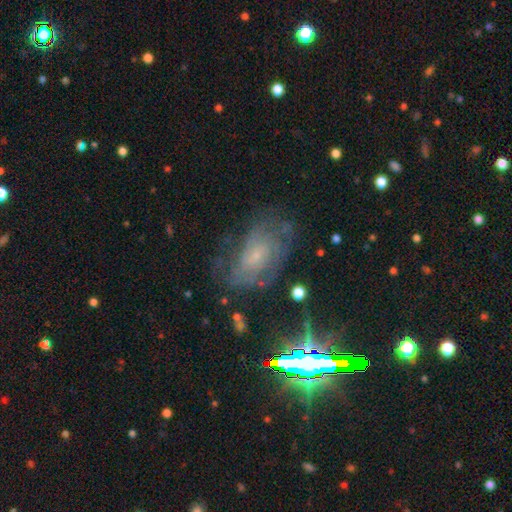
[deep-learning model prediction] Overall: featured or disk (61%; smooth 23%). Edge-on disk: no (94%). Bar: no (67%). Spiral arms: yes (78%). Bulge size: small (66%). Merging: none (60%; minor disturbance 21%).